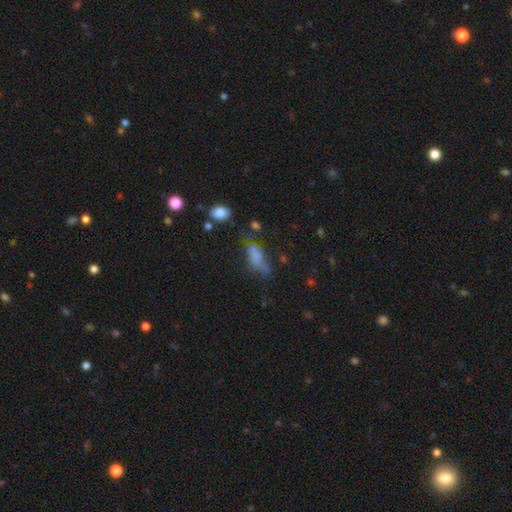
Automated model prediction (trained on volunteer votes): Q: Smooth or featured?
A: smooth (64%); runner-up: featured or disk (21%)
Q: How rounded?
A: in between (69%); runner-up: cigar-shaped (26%)
Q: Merging?
A: none (36%); runner-up: minor disturbance (30%)